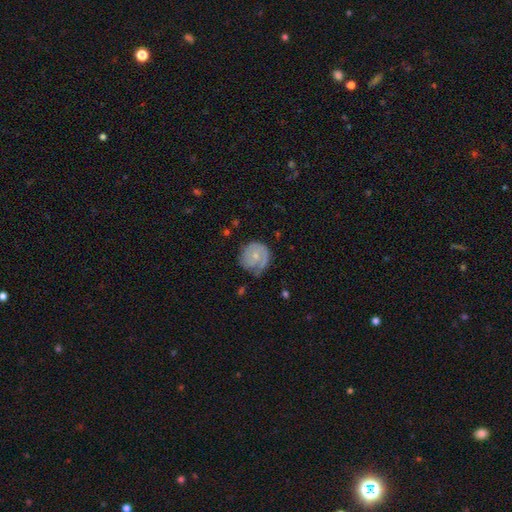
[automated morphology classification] Smooth or featured? featured or disk (58%)
Edge-on disk? no (98%)
Bar? no (81%)
Spiral arms? yes (79%)
Bulge size? small (64%)
Merging? none (54%)